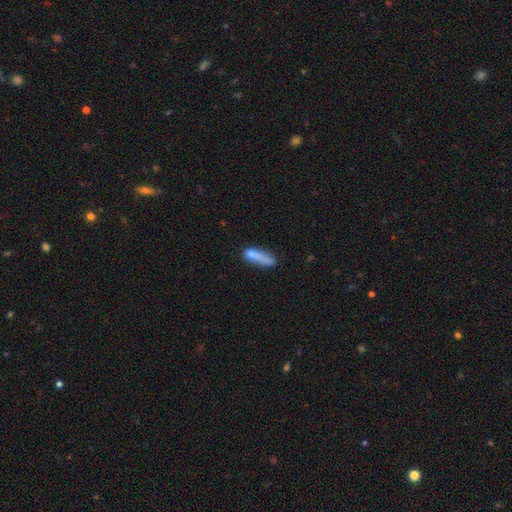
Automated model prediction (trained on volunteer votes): Overall: smooth (74%). How rounded: cigar-shaped (65%; in between 32%). Merging: none (42%; minor disturbance 26%).